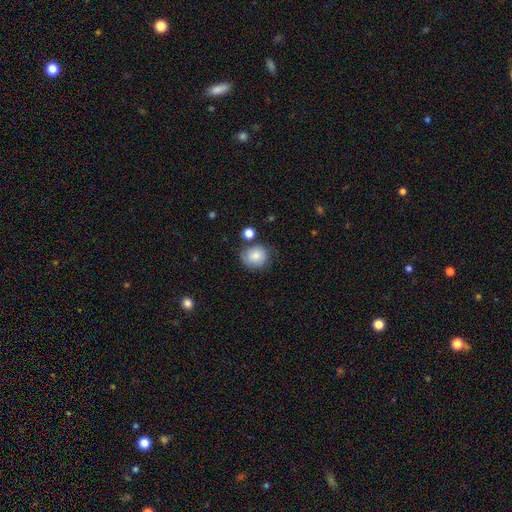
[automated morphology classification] smooth 75%, featured or disk 16%, star or artifact 9%. Down the decision tree: how rounded — round (79%); merging — none (63%).